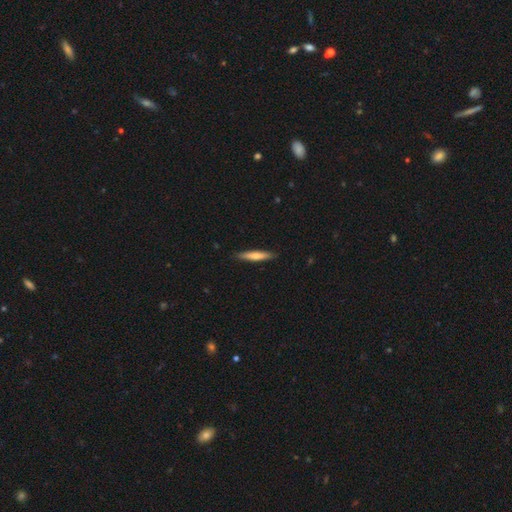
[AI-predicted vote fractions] Smooth or featured: smooth — 59% (featured or disk — 36%)
How rounded: cigar-shaped — 90% (in between — 9%)
Merging: none — 89% (minor disturbance — 8%)